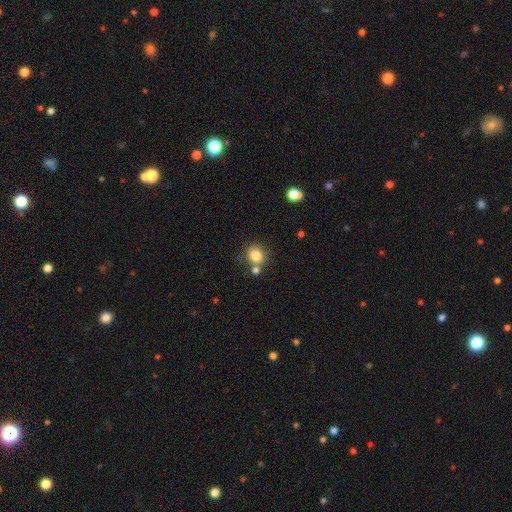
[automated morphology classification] This appears to be a smooth galaxy with no disk features (81%) that is round (82%). Merging: none (70%).